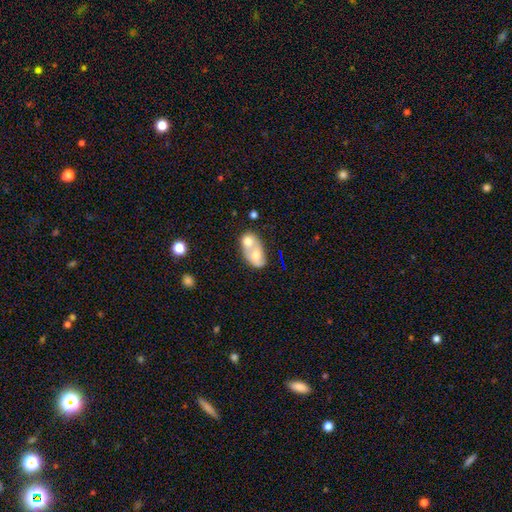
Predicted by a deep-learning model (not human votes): The model was most divided on "smooth or featured": smooth: 60%, featured or disk: 32%, star or artifact: 7%. More confident: merging — merger (76%); how rounded — in between (75%).